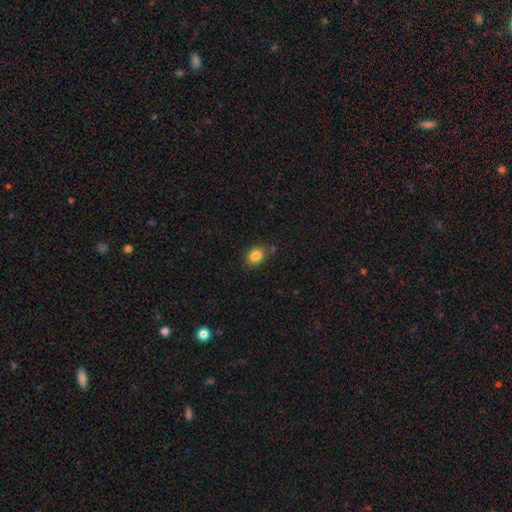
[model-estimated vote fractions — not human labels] Smooth or featured?
  - smooth: 85% *
  - star or artifact: 9%
  - featured or disk: 6%
How rounded?
  - in between: 70% *
  - round: 28%
  - cigar-shaped: 1%
Merging?
  - none: 77% *
  - minor disturbance: 15%
  - merger: 5%
  - major disturbance: 3%